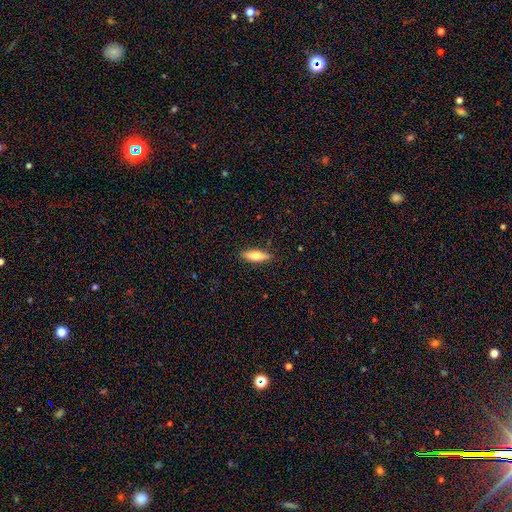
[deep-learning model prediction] Smooth or featured: smooth — 65% (featured or disk — 29%)
How rounded: cigar-shaped — 54% (in between — 44%)
Merging: none — 88% (minor disturbance — 9%)